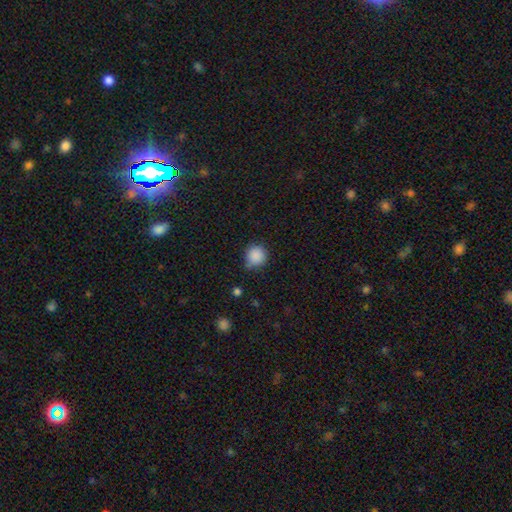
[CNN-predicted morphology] Smooth or featured? smooth (87%)
How rounded? round (90%)
Merging? none (70%)